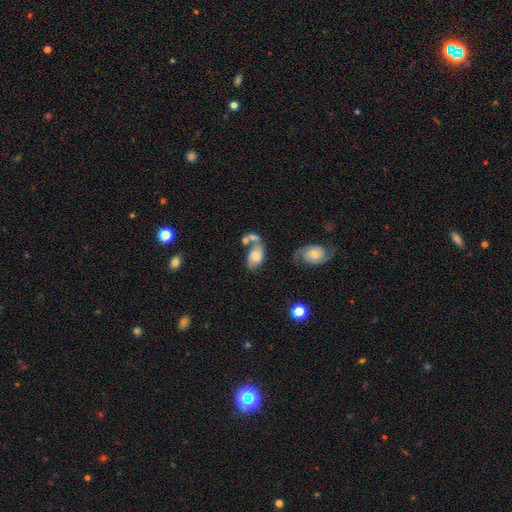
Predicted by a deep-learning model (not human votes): Overall: smooth (54%; featured or disk 38%). How rounded: in between (89%). Merging: merger (36%; none 31%).